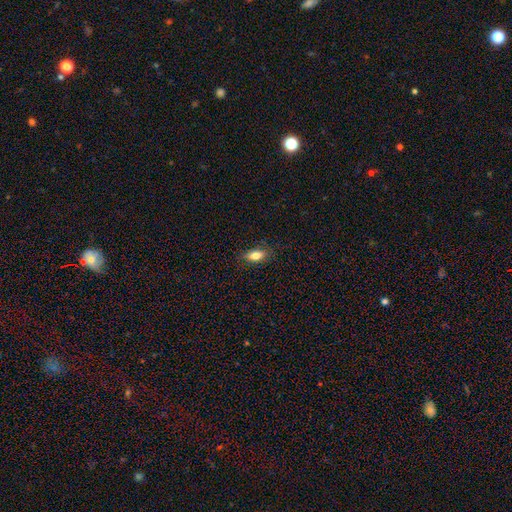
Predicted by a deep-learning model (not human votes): This is likely a smooth galaxy (78%). How rounded: likely in between (80%). Merging: clearly none (84%).